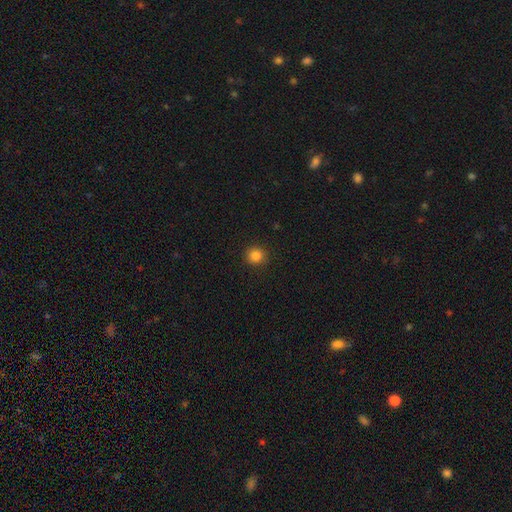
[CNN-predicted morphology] The model was most divided on "smooth or featured": smooth: 84%, star or artifact: 12%, featured or disk: 4%. More confident: how rounded — round (94%); merging — none (92%).